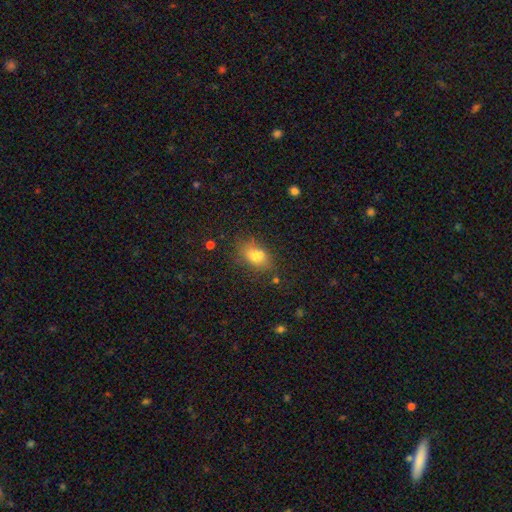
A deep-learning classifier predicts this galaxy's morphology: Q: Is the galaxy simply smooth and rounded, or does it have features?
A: smooth — 71%.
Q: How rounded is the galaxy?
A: in between — 77%.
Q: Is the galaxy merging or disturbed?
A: none — 57%.